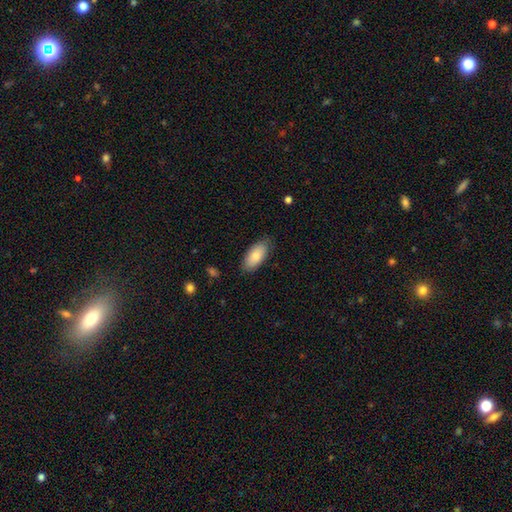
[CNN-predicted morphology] Smooth or featured? smooth (83%)
How rounded? in between (90%)
Merging? none (82%)